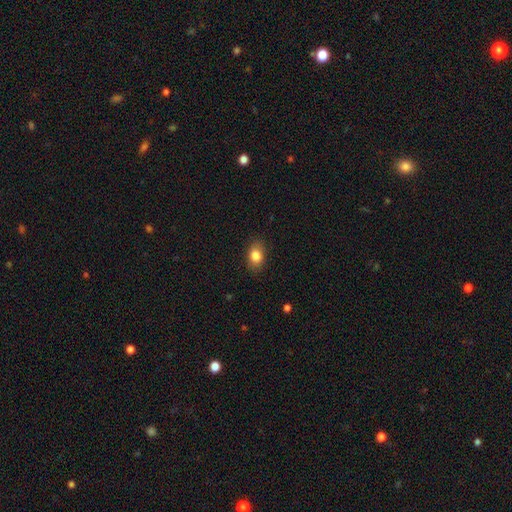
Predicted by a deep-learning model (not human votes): This is clearly a smooth galaxy (83%). How rounded: likely in between (79%). Merging: clearly none (86%).